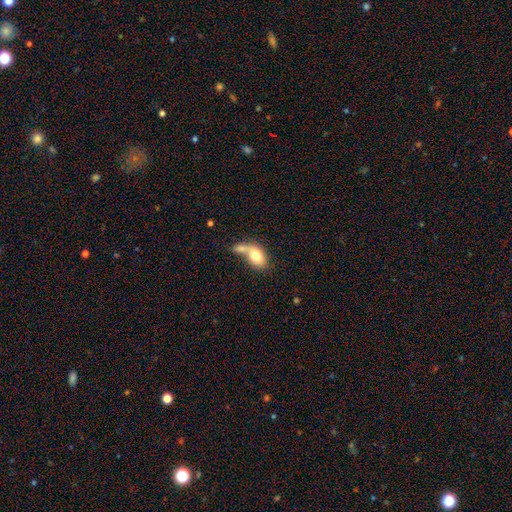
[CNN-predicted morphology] A smooth galaxy with no disk features (71%) that is in between round and cigar-shaped (78%). Merging: merger (54%).